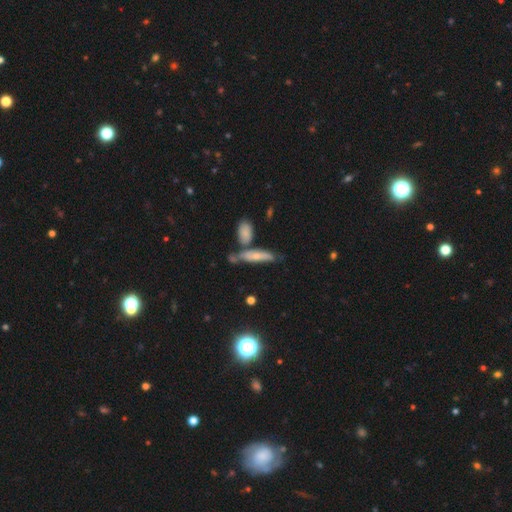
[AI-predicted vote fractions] smooth 56%, featured or disk 35%, star or artifact 9%. Down the decision tree: how rounded — cigar-shaped (62%); merging — none (49%).